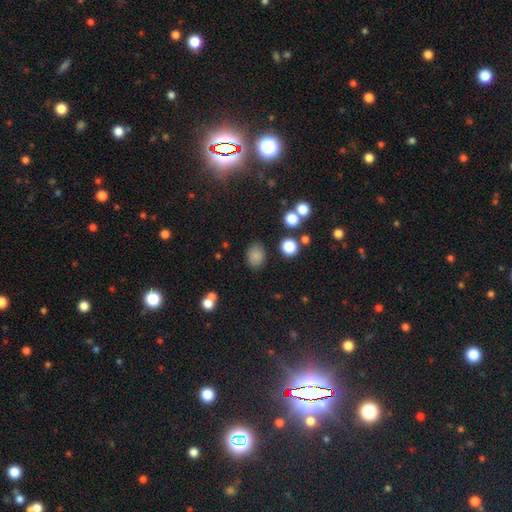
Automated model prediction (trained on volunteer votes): Morphology: type=smooth (81%); roundness=in between (65%); merging=none (81%).